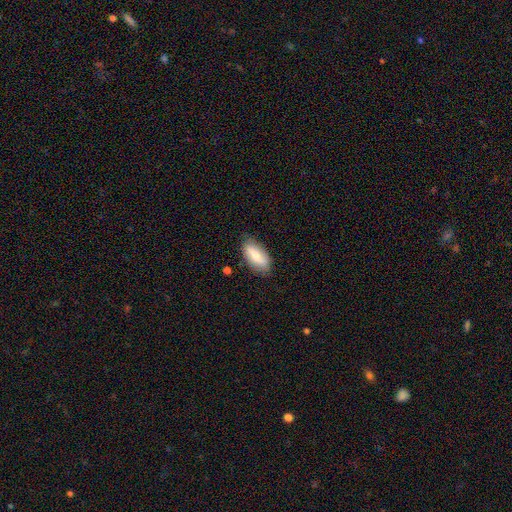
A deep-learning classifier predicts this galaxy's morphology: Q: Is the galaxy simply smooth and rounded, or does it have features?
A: smooth — 65%.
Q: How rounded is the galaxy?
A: in between — 89%.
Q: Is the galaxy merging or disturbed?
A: none — 78%.